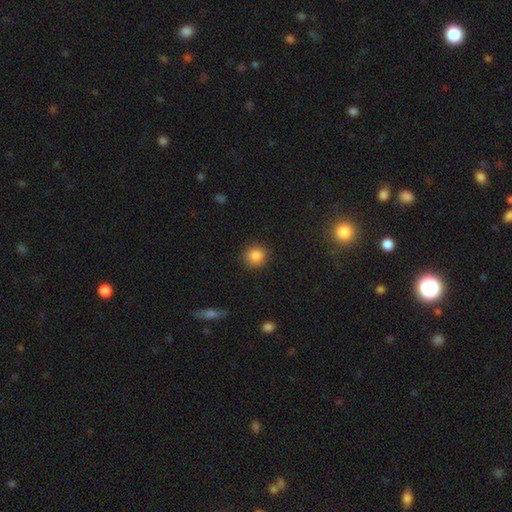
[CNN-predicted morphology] type=smooth (85%); roundness=round (90%); merging=none (89%).